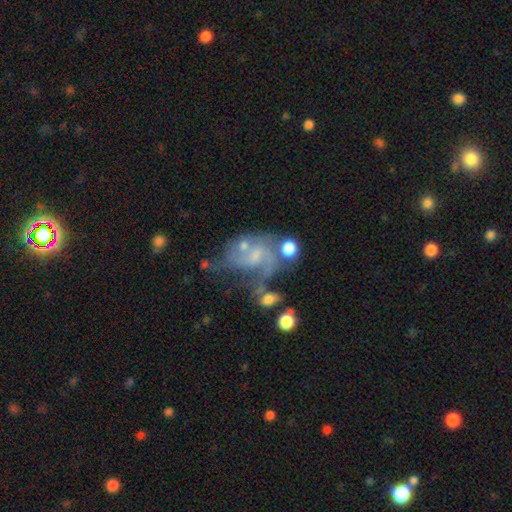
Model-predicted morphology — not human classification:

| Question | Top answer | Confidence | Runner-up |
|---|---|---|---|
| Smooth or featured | featured or disk | 70% | smooth (16%) |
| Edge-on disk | no | 97% | yes (3%) |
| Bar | no | 56% | weak (35%) |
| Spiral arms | yes | 75% | no (25%) |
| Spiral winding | medium | 43% | loose (35%) |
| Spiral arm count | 2 | 39% | can't tell (30%) |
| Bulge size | small | 51% | none (27%) |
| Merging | major disturbance | 33% | none (29%) |